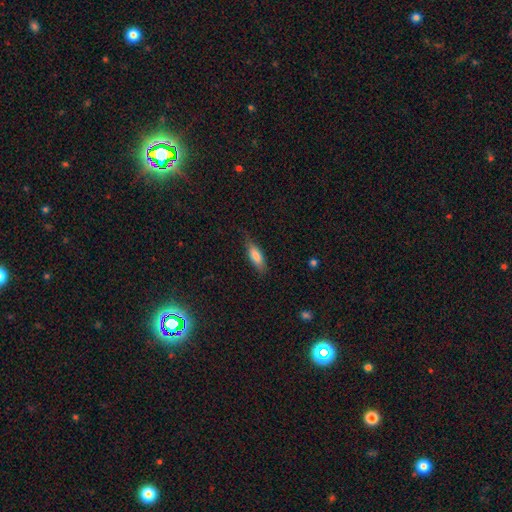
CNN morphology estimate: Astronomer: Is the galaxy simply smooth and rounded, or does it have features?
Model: smooth — 78%.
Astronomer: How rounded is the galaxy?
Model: in between — 56% (runner-up: cigar-shaped, 42%).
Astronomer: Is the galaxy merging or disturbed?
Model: none — 73%.